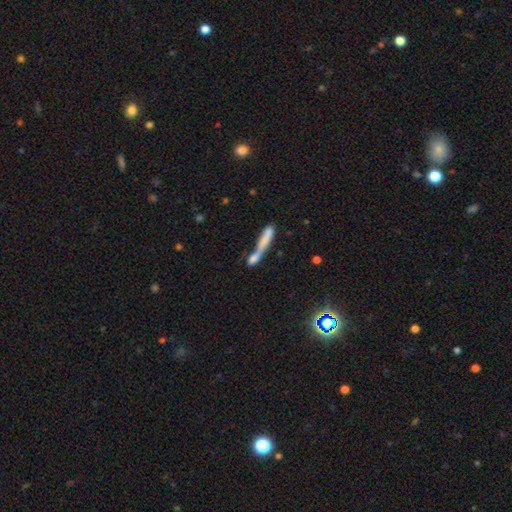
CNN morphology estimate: A smooth galaxy with no disk features (65%) that is cigar-shaped (81%). Merging: merger (54%).